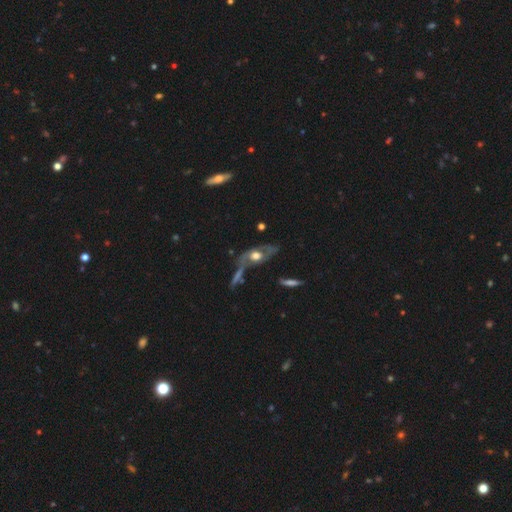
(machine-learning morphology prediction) Smooth or featured? featured or disk (68%)
Edge-on disk? no (73%)
Bar? no (80%)
Spiral arms? yes (53%)
Bulge size? moderate (49%)
Merging? none (52%)